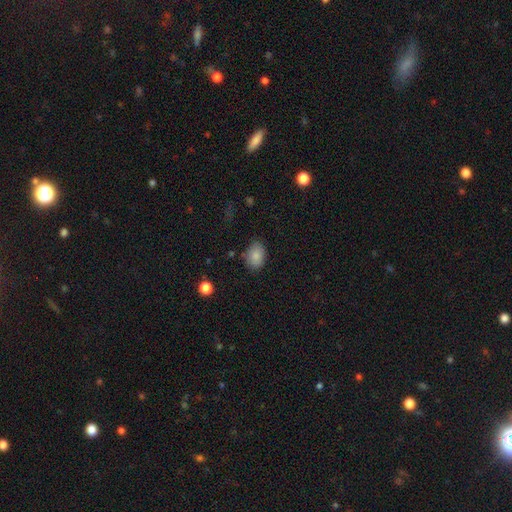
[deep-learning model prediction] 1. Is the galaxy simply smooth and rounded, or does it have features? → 86% smooth, 8% star or artifact, 6% featured or disk.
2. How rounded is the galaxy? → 76% in between, 23% round, 1% cigar-shaped.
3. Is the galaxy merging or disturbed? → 78% none, 16% minor disturbance, 4% major disturbance, 2% merger.